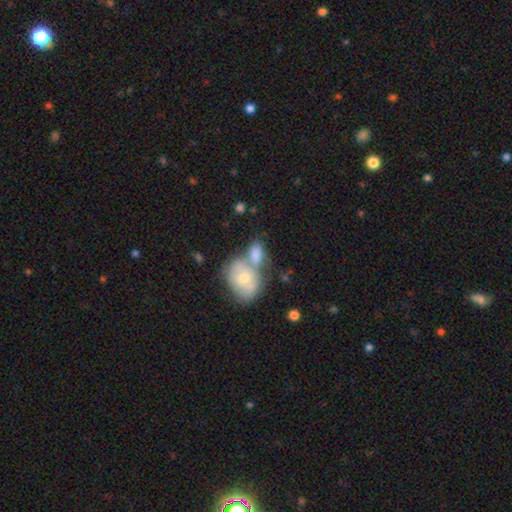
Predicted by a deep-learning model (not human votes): Smooth or featured? Predicted: smooth (p=0.69). How rounded? Predicted: in between (p=0.80). Merging? Predicted: merger (p=0.56).